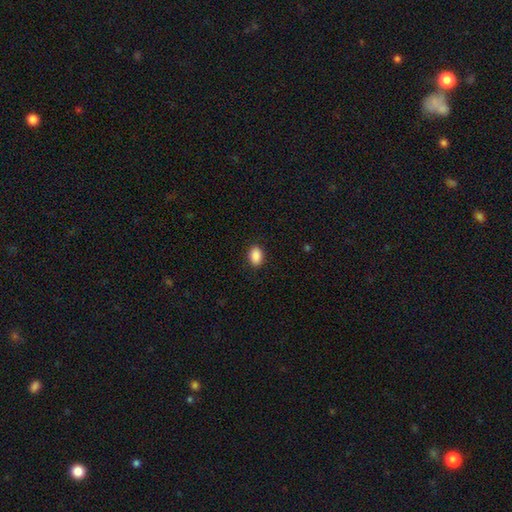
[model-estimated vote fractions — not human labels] Smooth or featured: smooth — 90% (star or artifact — 7%)
How rounded: in between — 80% (round — 19%)
Merging: none — 89% (minor disturbance — 8%)